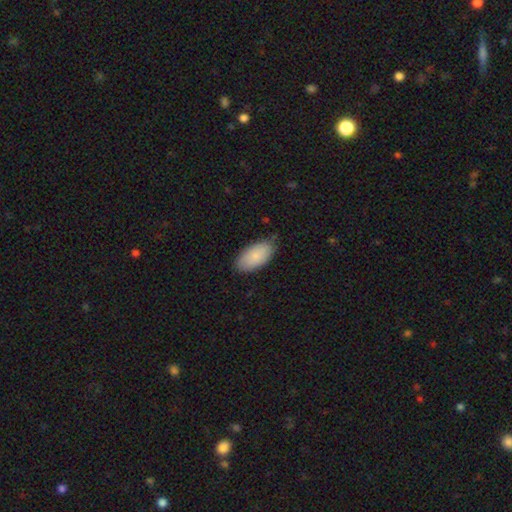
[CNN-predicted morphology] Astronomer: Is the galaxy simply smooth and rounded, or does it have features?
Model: smooth — 86%.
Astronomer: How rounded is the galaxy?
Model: in between — 95%.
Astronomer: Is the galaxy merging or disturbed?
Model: none — 79%.